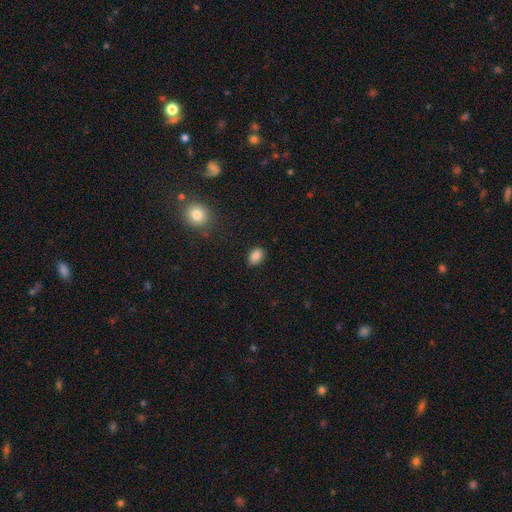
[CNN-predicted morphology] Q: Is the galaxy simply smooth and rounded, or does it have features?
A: smooth — 86%.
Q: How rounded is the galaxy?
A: in between — 80%.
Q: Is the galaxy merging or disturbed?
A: none — 87%.